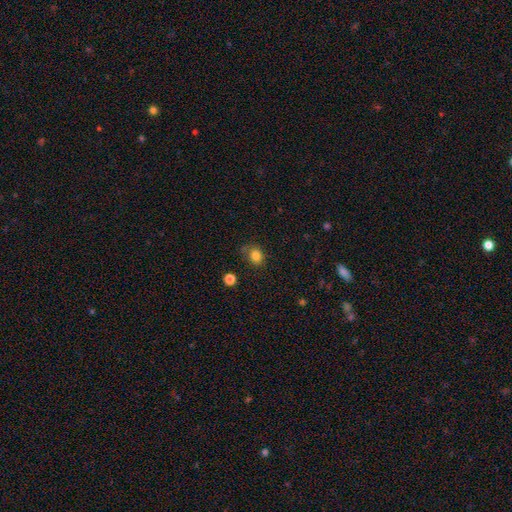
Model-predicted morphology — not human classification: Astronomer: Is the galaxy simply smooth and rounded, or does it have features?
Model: smooth — 82%.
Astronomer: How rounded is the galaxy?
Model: round — 65%.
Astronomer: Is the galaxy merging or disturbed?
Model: none — 68%.